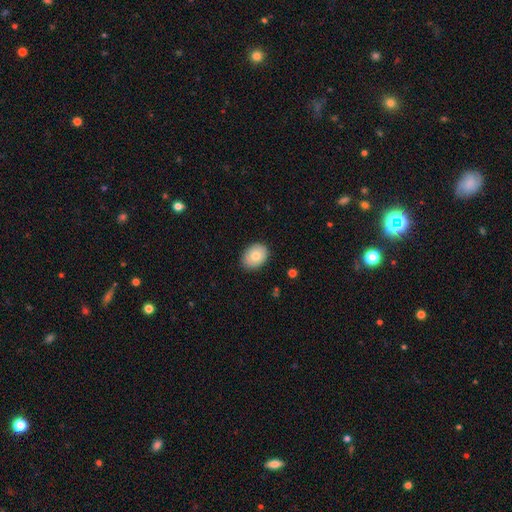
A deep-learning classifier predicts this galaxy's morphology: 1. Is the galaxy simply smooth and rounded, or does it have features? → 77% smooth, 16% featured or disk, 7% star or artifact.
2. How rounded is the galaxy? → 64% in between, 35% round, 1% cigar-shaped.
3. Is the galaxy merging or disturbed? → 85% none, 12% minor disturbance, 2% major disturbance, 1% merger.